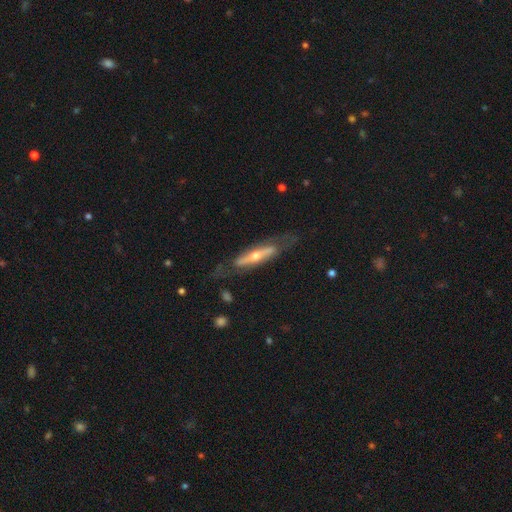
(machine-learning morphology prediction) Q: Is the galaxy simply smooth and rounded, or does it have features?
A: featured or disk — 69%.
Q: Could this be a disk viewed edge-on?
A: yes — 56%.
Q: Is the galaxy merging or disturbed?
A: none — 61%.